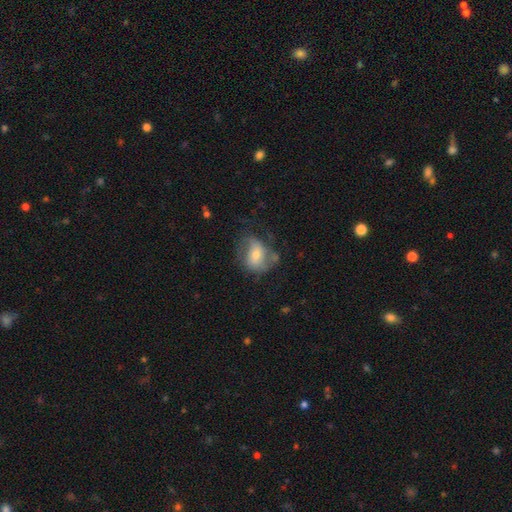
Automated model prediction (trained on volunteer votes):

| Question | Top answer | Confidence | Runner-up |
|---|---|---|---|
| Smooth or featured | featured or disk | 46% | smooth (45%) |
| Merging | none | 47% | minor disturbance (28%) |